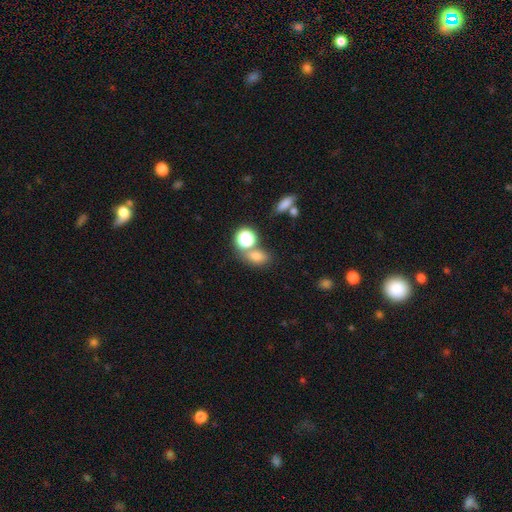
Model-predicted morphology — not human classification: Smooth or featured? smooth (71%)
How rounded? in between (61%)
Merging? none (56%)